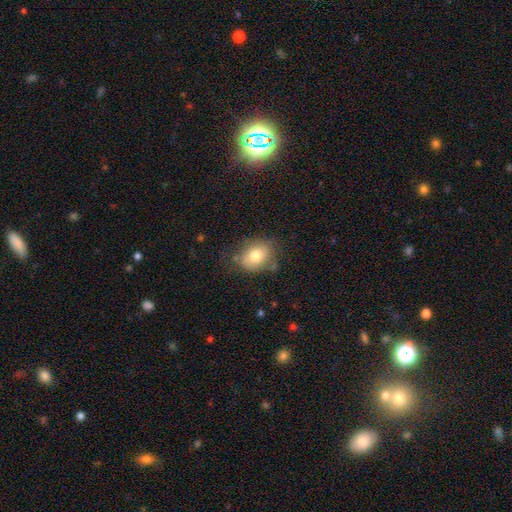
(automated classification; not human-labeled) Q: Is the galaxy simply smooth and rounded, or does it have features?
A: smooth — 77%.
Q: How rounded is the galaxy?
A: in between — 51%.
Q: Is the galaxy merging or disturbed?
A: none — 68%.